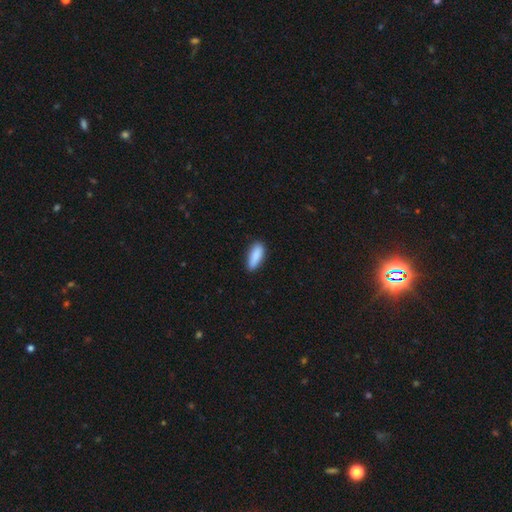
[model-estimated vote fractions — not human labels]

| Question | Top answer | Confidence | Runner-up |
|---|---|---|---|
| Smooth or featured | smooth | 89% | star or artifact (6%) |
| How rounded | in between | 67% | cigar-shaped (31%) |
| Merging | none | 81% | minor disturbance (16%) |